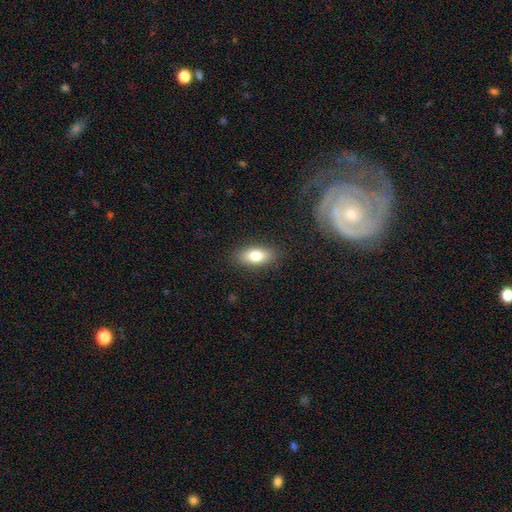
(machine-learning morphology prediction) Overall: smooth (78%). How rounded: in between (83%). Merging: none (86%).